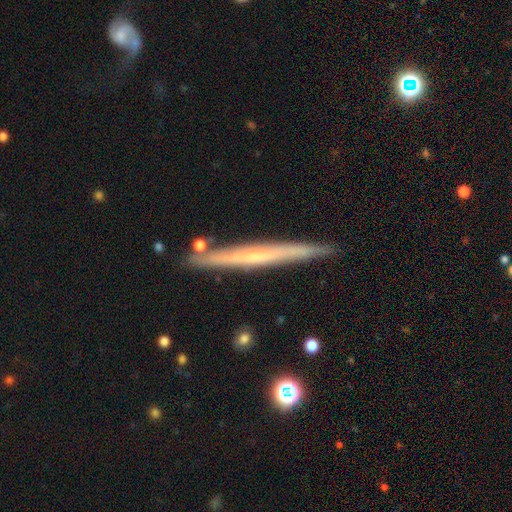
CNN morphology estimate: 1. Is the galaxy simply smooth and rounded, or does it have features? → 63% featured or disk, 31% smooth, 6% star or artifact.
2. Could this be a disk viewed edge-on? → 96% yes, 4% no.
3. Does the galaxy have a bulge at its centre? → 72% none, 24% rounded, 4% boxy.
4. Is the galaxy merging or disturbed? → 87% none, 9% minor disturbance, 3% merger, 1% major disturbance.